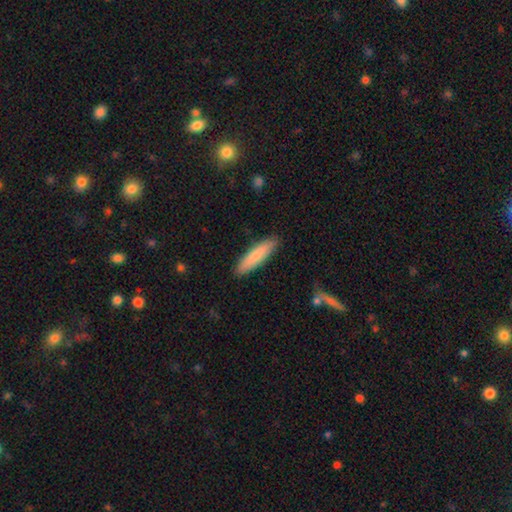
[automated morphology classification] Q: Smooth or featured?
A: smooth (79%); runner-up: featured or disk (15%)
Q: How rounded?
A: cigar-shaped (75%); runner-up: in between (24%)
Q: Merging?
A: none (89%); runner-up: minor disturbance (8%)